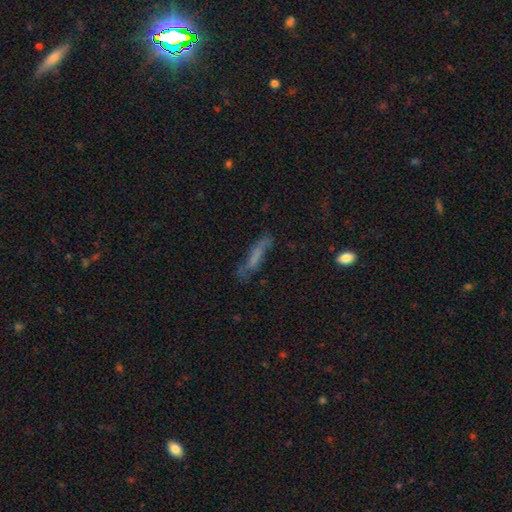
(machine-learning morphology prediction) smooth-or-featured: smooth: 49% | featured or disk: 37% | star or artifact: 14%
  merging: none: 55% | minor disturbance: 25% | major disturbance: 15% | merger: 5%